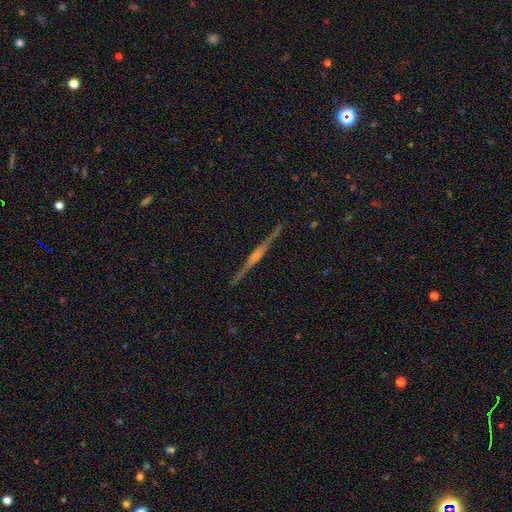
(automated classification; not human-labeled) Smooth or featured? Predicted: featured or disk (p=0.83). Edge-on disk? Predicted: yes (p=0.98). Edge-on bulge? Predicted: rounded (p=0.61). Merging? Predicted: none (p=0.92).